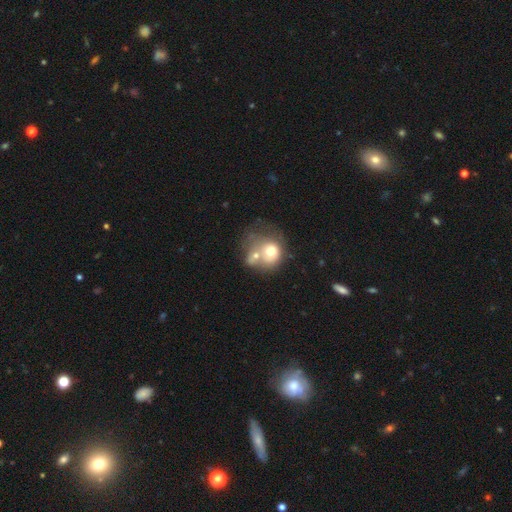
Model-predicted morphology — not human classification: Smooth or featured? smooth (61%)
How rounded? round (72%)
Merging? merger (56%)